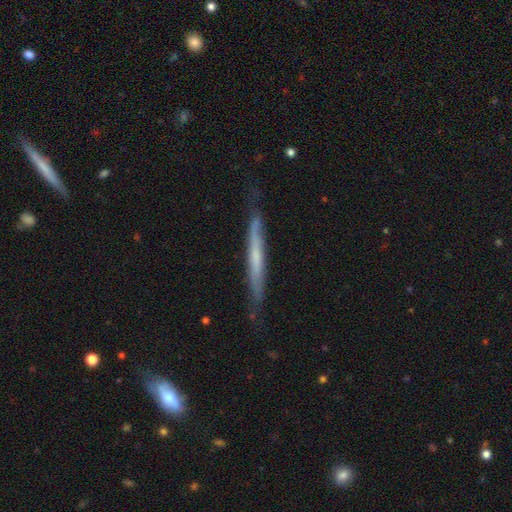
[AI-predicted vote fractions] smooth_or_featured: featured or disk (p=0.57) [alt: smooth p=0.37]
disk_edge_on: yes (p=0.92) [alt: no p=0.08]
edge_on_bulge: none (p=0.75) [alt: rounded p=0.18]
merging: none (p=0.74) [alt: minor disturbance p=0.20]